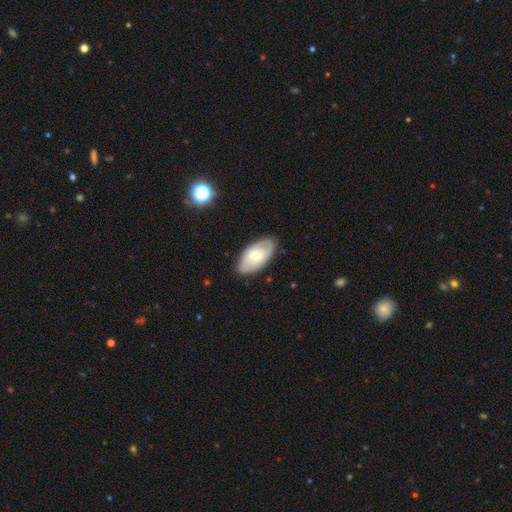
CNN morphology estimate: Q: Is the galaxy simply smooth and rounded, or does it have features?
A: smooth — 53%.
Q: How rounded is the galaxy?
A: in between — 94%.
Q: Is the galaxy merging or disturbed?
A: none — 83%.